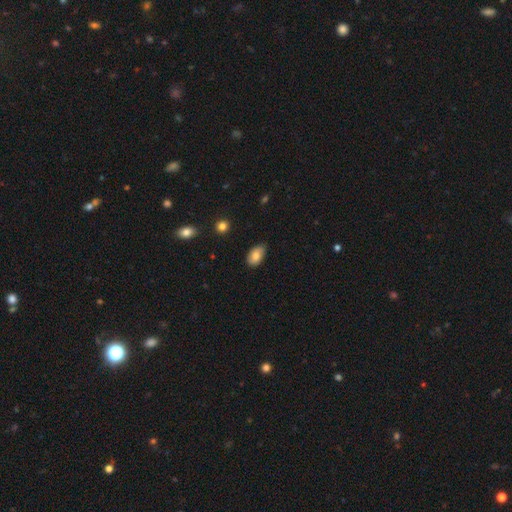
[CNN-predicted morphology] Smooth or featured?
  - smooth: 80% *
  - featured or disk: 12%
  - star or artifact: 8%
How rounded?
  - in between: 91% *
  - round: 7%
  - cigar-shaped: 2%
Merging?
  - none: 76% *
  - minor disturbance: 21%
  - major disturbance: 3%
  - merger: 1%